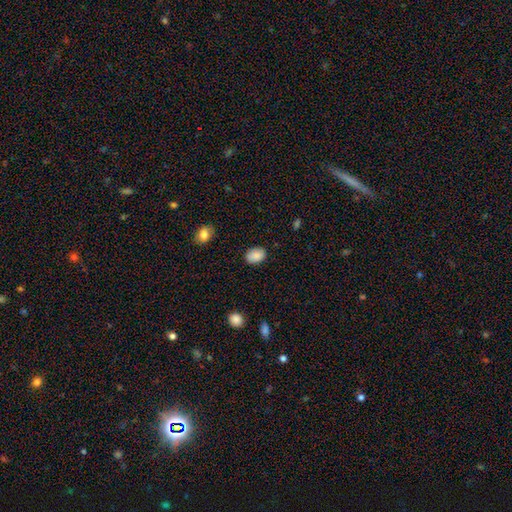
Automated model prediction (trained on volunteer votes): Morphology: type=smooth (88%); roundness=in between (81%); merging=none (86%).